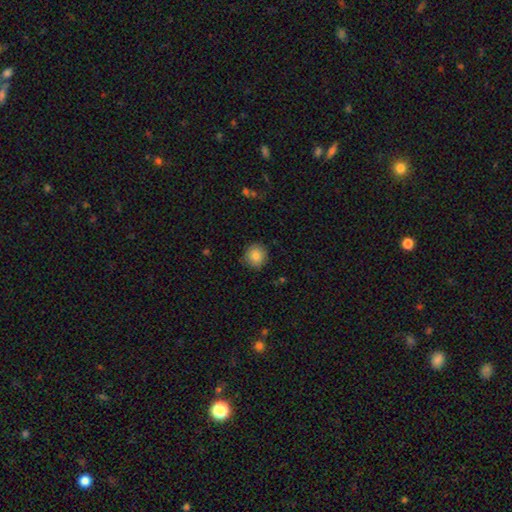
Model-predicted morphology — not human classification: type=smooth (85%); roundness=round (88%); merging=none (86%).